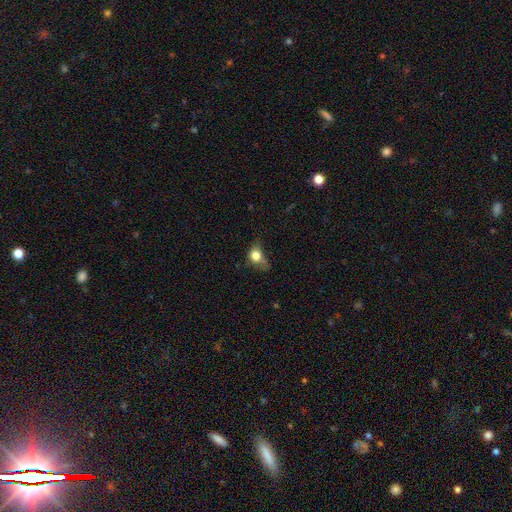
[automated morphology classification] smooth 72%, featured or disk 16%, star or artifact 12%. Down the decision tree: how rounded — in between (49%); merging — major disturbance (33%).